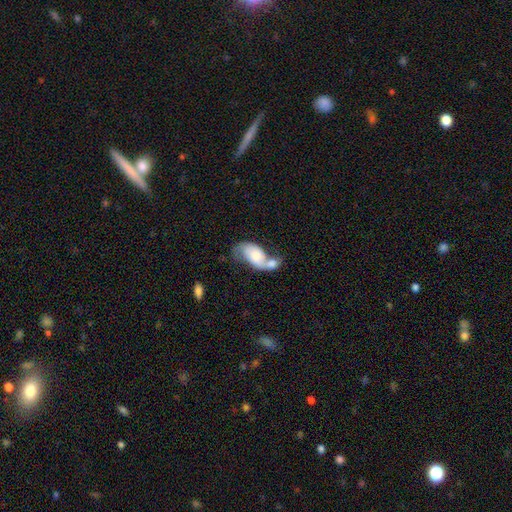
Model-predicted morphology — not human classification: Smooth or featured? Predicted: featured or disk (p=0.50). Merging? Predicted: merger (p=0.59).